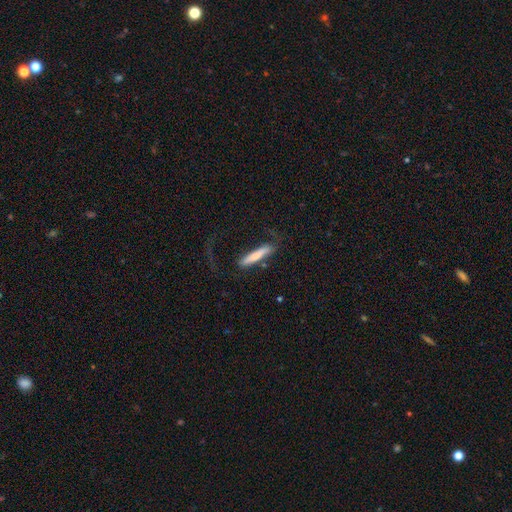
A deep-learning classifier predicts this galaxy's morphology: Overall: smooth (56%; featured or disk 38%). How rounded: cigar-shaped (90%). Merging: none (59%; minor disturbance 19%).